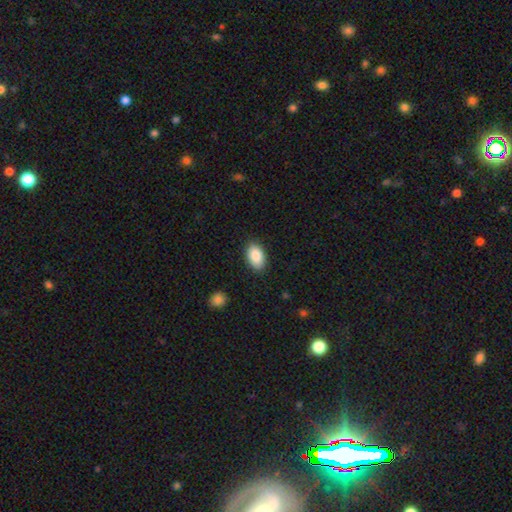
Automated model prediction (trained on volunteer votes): This is clearly a smooth galaxy (88%). How rounded: clearly in between (92%). Merging: clearly none (86%).